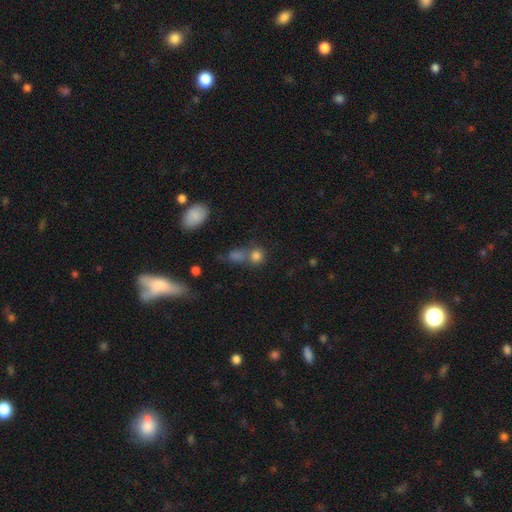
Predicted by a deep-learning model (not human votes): Q: Smooth or featured?
A: smooth (77%); runner-up: star or artifact (15%)
Q: How rounded?
A: round (81%); runner-up: in between (17%)
Q: Merging?
A: none (51%); runner-up: merger (36%)